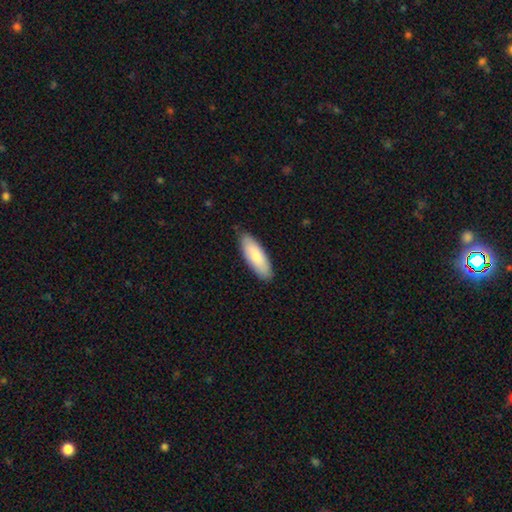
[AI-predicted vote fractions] smooth-or-featured: smooth: 81% | featured or disk: 14% | star or artifact: 5%
  how-rounded: in between: 65% | cigar-shaped: 33% | round: 1%
  merging: none: 84% | minor disturbance: 13% | major disturbance: 2% | merger: 1%